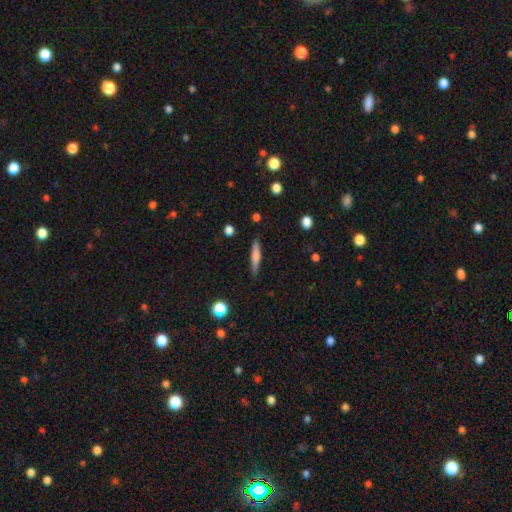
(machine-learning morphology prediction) smooth-or-featured: smooth: 58% | featured or disk: 35% | star or artifact: 7%
  how-rounded: cigar-shaped: 88% | in between: 10% | round: 2%
  merging: none: 87% | minor disturbance: 10% | major disturbance: 2% | merger: 1%